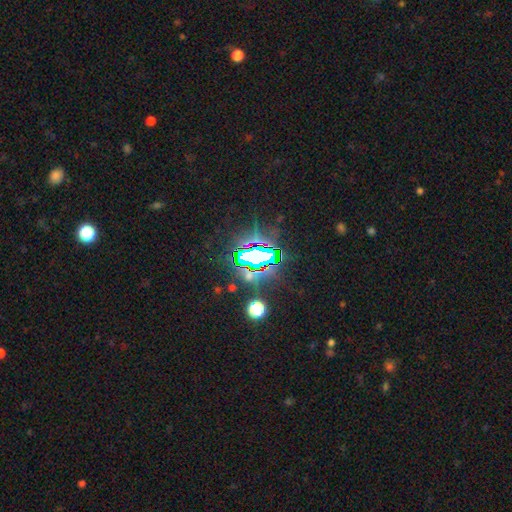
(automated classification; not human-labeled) smooth_or_featured: star or artifact (p=0.74) [alt: smooth p=0.13]